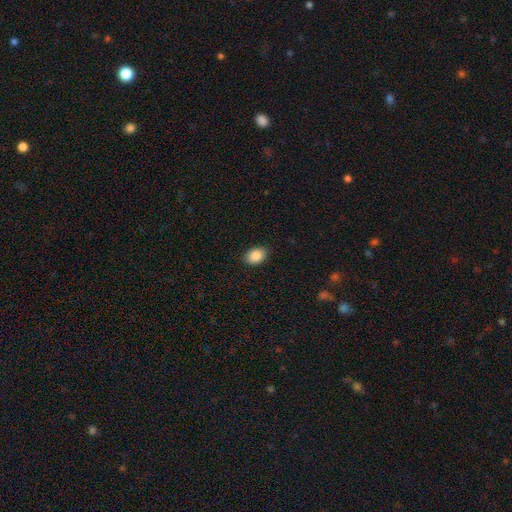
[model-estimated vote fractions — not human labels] Smooth or featured? smooth (87%)
How rounded? in between (80%)
Merging? none (89%)